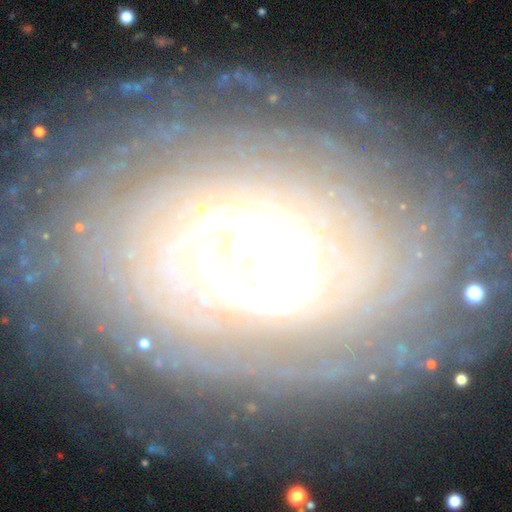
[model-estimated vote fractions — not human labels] smooth-or-featured: featured or disk: 79% | smooth: 12% | star or artifact: 9%
  disk-edge-on: no: 90% | yes: 10%
    bar: no: 40% | strong: 33% | weak: 26%
    has-spiral-arms: yes: 71% | no: 29%
    bulge-size: moderate: 45% | large: 33% | small: 11% | dominant: 7% | none: 3%
  merging: none: 74% | minor disturbance: 14% | major disturbance: 9% | merger: 3%